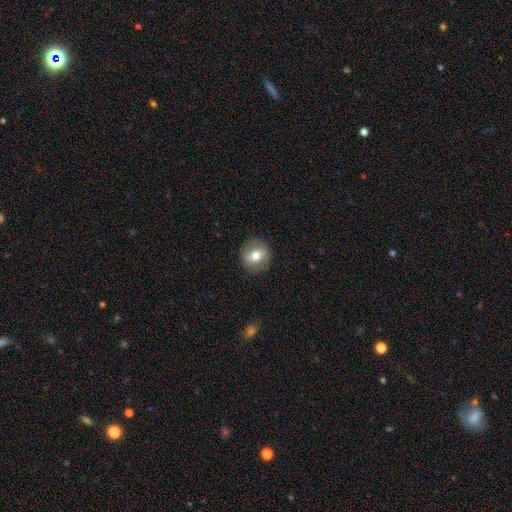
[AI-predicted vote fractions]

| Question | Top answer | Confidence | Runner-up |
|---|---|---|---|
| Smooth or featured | smooth | 59% | featured or disk (32%) |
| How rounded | round | 81% | in between (17%) |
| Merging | none | 87% | minor disturbance (9%) |